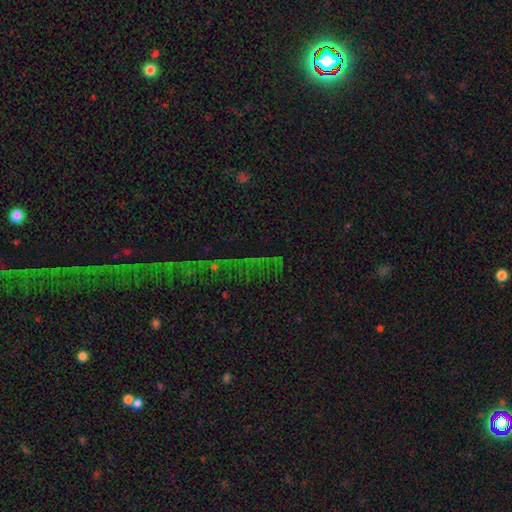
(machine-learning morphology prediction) type=star or artifact (75%).